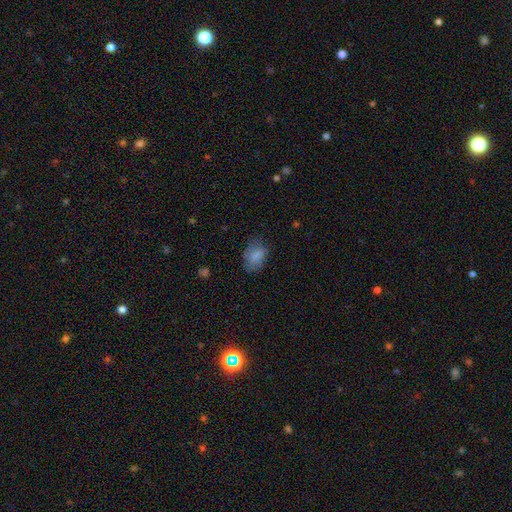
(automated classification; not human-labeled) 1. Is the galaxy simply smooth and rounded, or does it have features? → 80% smooth, 11% featured or disk, 9% star or artifact.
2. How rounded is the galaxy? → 85% in between, 13% round, 2% cigar-shaped.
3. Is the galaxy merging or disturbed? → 64% none, 26% minor disturbance, 9% major disturbance, 1% merger.